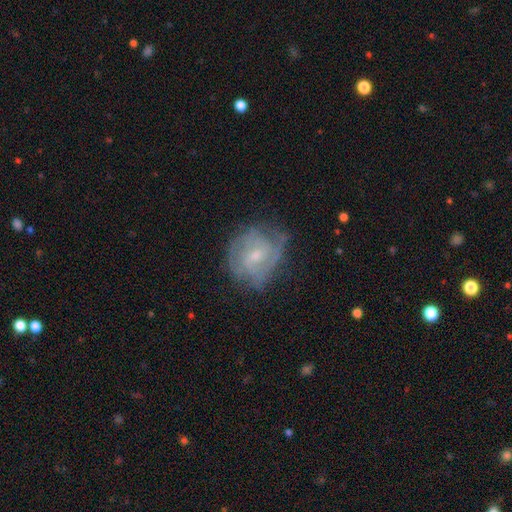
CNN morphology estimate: This is likely a featured or disk galaxy (73%). It is clearly not viewed edge-on (97%). Bar: possibly no (51%). Spiral arm pattern: clearly yes (85%). Spiral arm count: marginally can't tell (39%). Spiral winding: possibly tight (53%). Central bulge: possibly small (56%). Merging: likely none (62%).